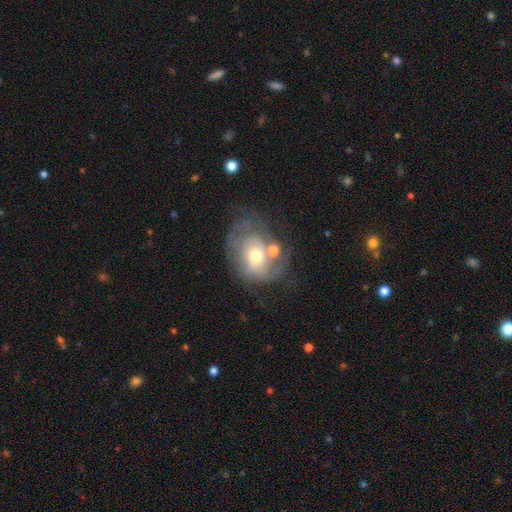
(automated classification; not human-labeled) This appears to be a featured or disk galaxy (61%) with no bar (75%), spiral arms (64%) and a moderate central bulge (66%). Merging: none (41%).